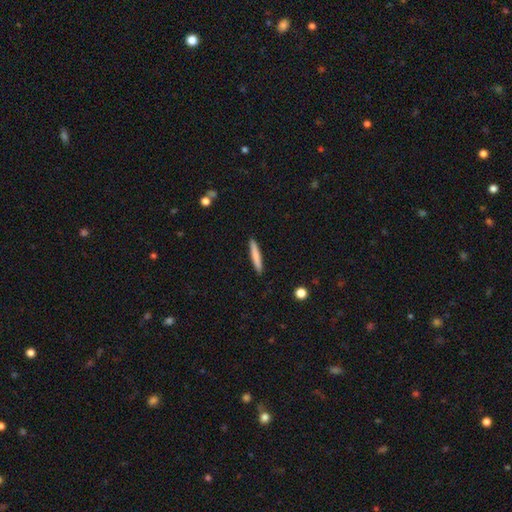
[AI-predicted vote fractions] Overall: smooth (76%). How rounded: cigar-shaped (95%). Merging: none (92%).